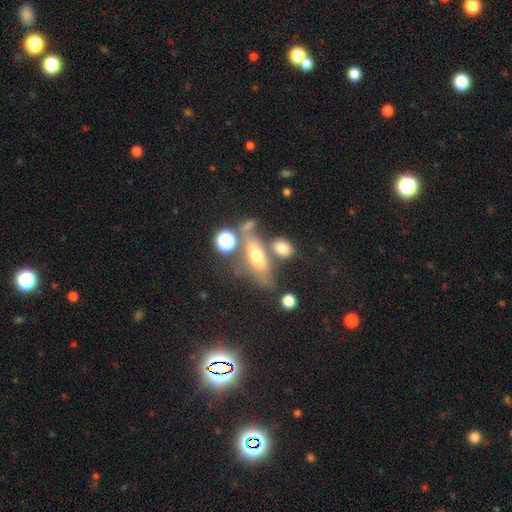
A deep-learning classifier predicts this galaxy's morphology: smooth-or-featured: smooth: 48% | featured or disk: 39% | star or artifact: 13%
  merging: none: 39% | merger: 27% | minor disturbance: 18% | major disturbance: 16%